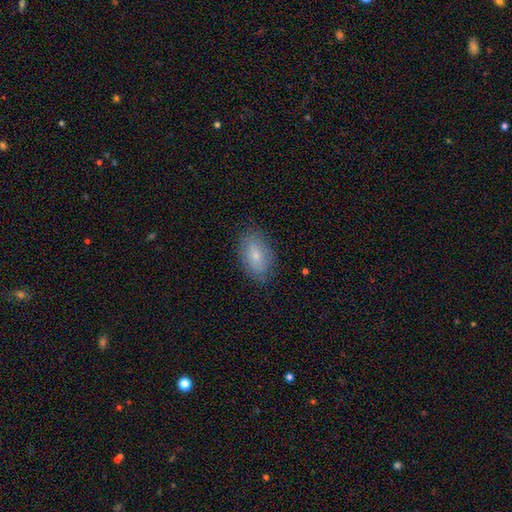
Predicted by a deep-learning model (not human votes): Morphology: type=smooth (69%); roundness=in between (89%); merging=none (81%).